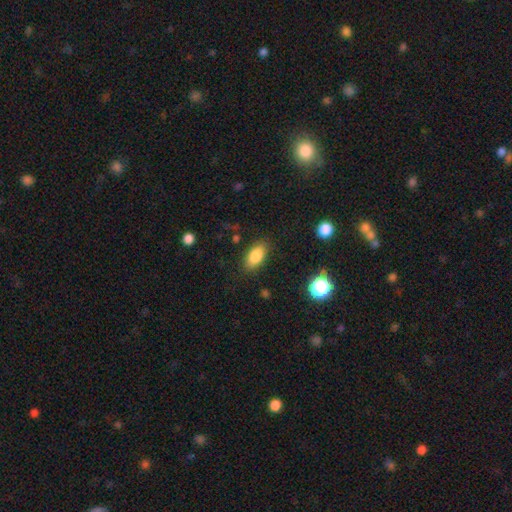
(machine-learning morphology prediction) Smooth or featured?
  - smooth: 83% *
  - star or artifact: 8%
  - featured or disk: 8%
How rounded?
  - in between: 88% *
  - cigar-shaped: 6%
  - round: 5%
Merging?
  - none: 85% *
  - minor disturbance: 10%
  - major disturbance: 3%
  - merger: 1%